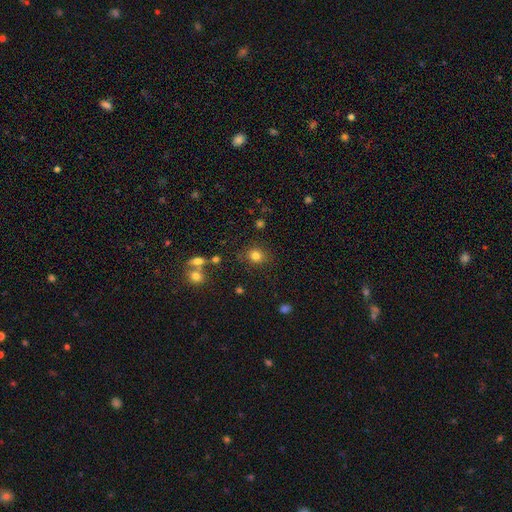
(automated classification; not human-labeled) A smooth galaxy with no disk features (81%) that is round (76%). Merging: none (83%).